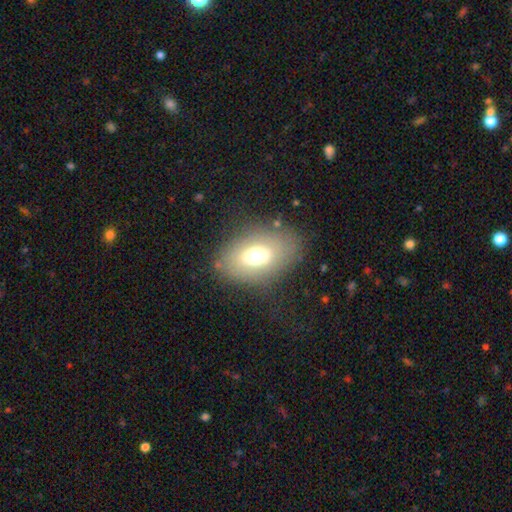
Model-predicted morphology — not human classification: Q: Smooth or featured?
A: smooth (66%); runner-up: featured or disk (22%)
Q: How rounded?
A: in between (80%); runner-up: round (18%)
Q: Merging?
A: none (78%); runner-up: minor disturbance (13%)